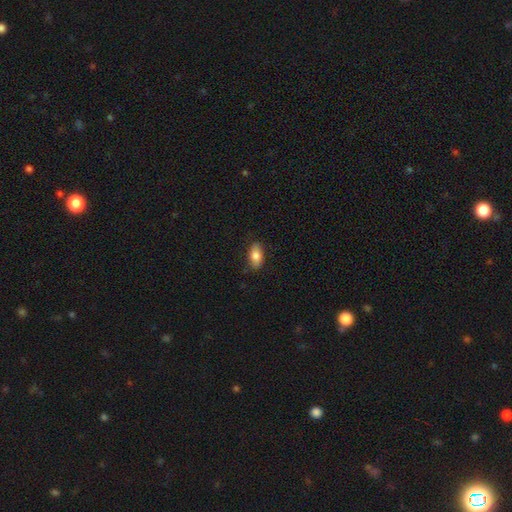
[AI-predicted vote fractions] Q: Smooth or featured?
A: smooth (80%); runner-up: featured or disk (13%)
Q: How rounded?
A: in between (89%); runner-up: cigar-shaped (6%)
Q: Merging?
A: none (82%); runner-up: minor disturbance (14%)